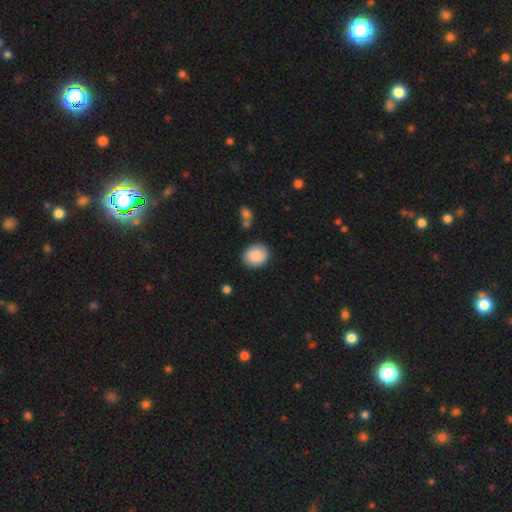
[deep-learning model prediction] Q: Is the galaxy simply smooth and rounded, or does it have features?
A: smooth — 88%.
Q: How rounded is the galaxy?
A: round — 55%.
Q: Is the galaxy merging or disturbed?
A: none — 84%.